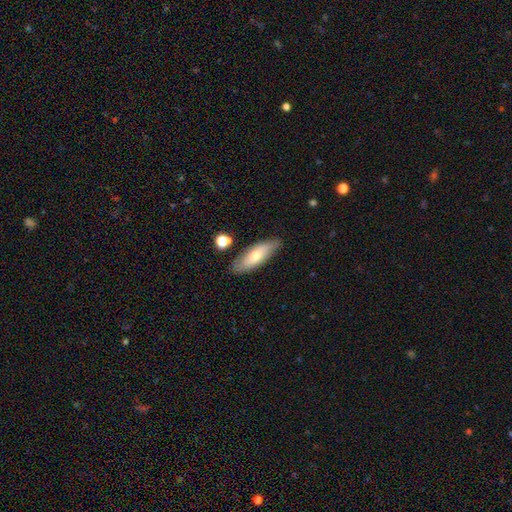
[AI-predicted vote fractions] Q: Smooth or featured?
A: smooth (66%); runner-up: featured or disk (27%)
Q: How rounded?
A: in between (58%); runner-up: cigar-shaped (40%)
Q: Merging?
A: none (78%); runner-up: minor disturbance (15%)